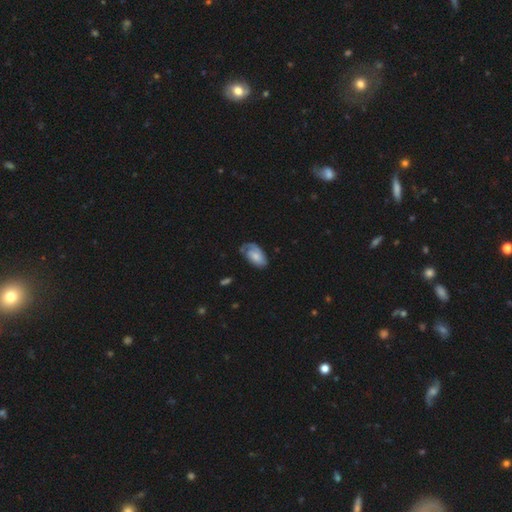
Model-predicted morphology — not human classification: A featured or disk galaxy (52%).

Vote fractions:
- Smooth or featured? featured or disk: 52% / smooth: 41% / star or artifact: 6%
- Edge-on disk? no: 95% / yes: 5%
- Merging? none: 54% / minor disturbance: 27% / major disturbance: 16% / merger: 2%